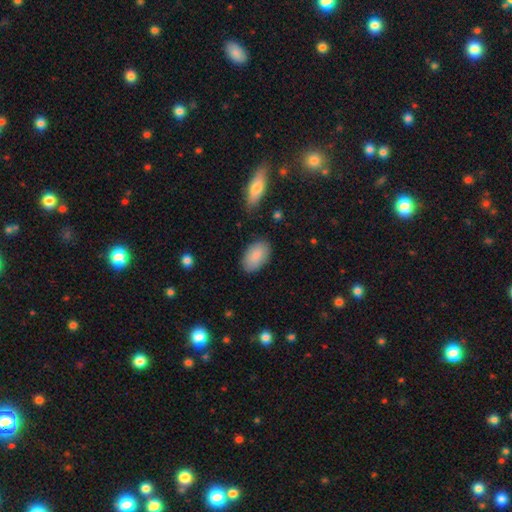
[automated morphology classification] Smooth or featured? smooth (88%)
How rounded? in between (94%)
Merging? none (83%)